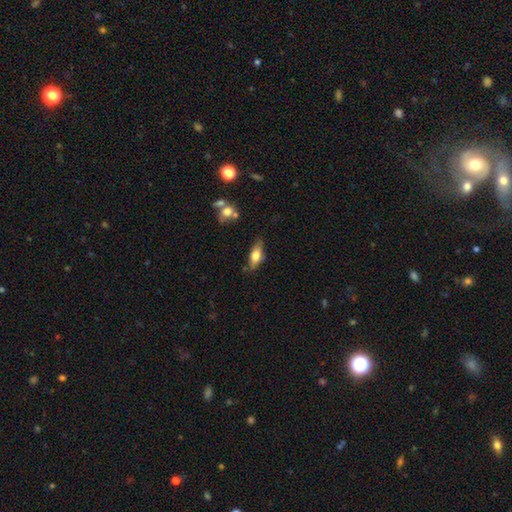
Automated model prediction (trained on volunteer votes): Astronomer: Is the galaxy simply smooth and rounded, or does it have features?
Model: smooth — 67%.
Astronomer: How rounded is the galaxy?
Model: in between — 72%.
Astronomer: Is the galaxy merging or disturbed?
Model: none — 74%.